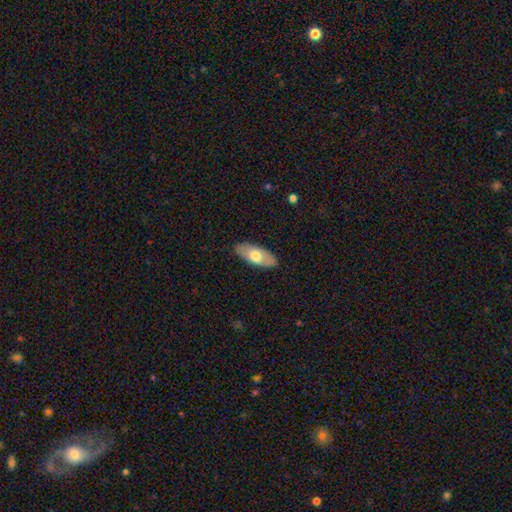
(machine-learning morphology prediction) Smooth or featured: smooth — 64% (featured or disk — 31%)
How rounded: in between — 86% (cigar-shaped — 11%)
Merging: none — 87% (minor disturbance — 10%)